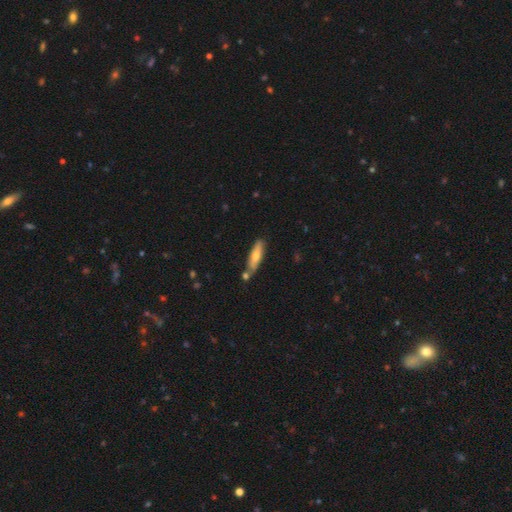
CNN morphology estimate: type=smooth (64%); roundness=cigar-shaped (73%); merging=none (70%).